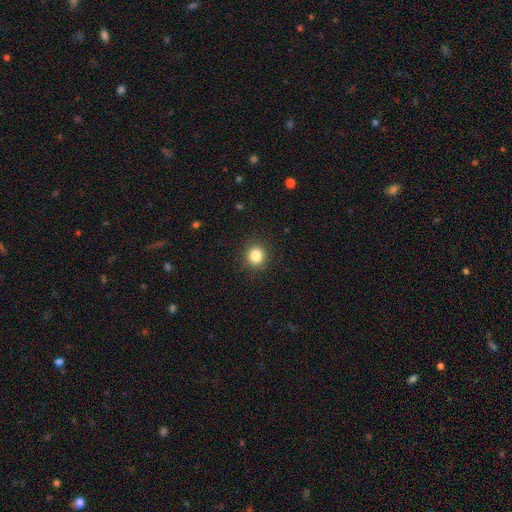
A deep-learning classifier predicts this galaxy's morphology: type=smooth (84%); roundness=round (81%); merging=none (90%).